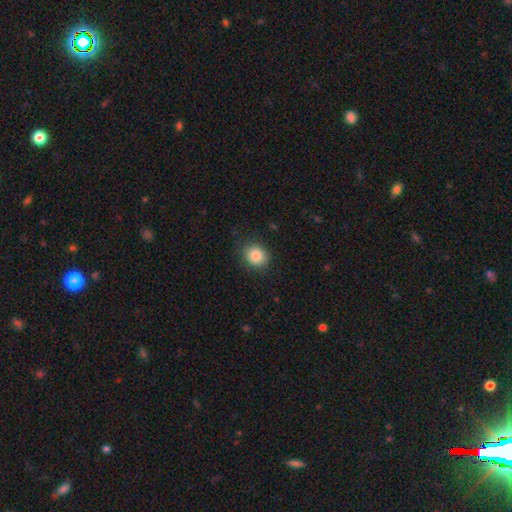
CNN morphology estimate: A smooth galaxy with no disk features (85%) that is round (66%).

Vote fractions:
- Smooth or featured? smooth: 85% / star or artifact: 9% / featured or disk: 5%
- How rounded? round: 66% / in between: 33% / cigar-shaped: 1%
- Merging? none: 86% / minor disturbance: 10% / major disturbance: 3% / merger: 1%